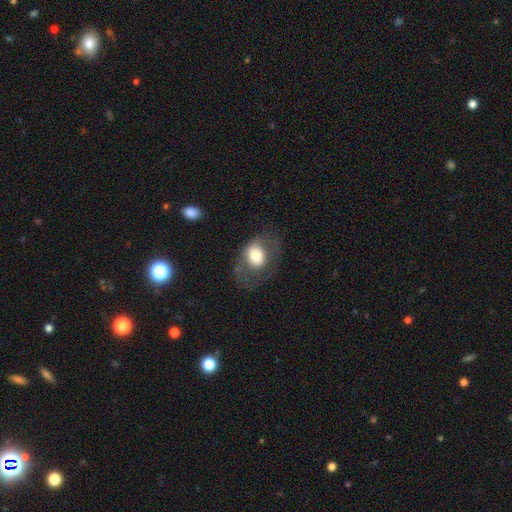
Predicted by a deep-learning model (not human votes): This appears to be a smooth galaxy with no disk features (67%) that is in between round and cigar-shaped (57%). Merging: none (49%).